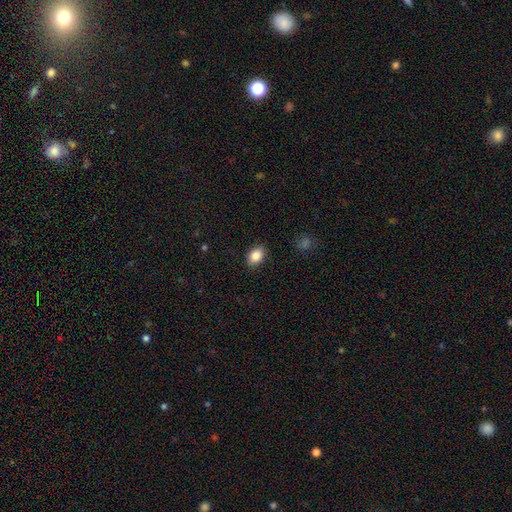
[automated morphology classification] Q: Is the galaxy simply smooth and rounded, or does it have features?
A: smooth — 87%.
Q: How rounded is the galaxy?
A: in between — 78%.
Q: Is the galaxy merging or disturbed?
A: none — 88%.